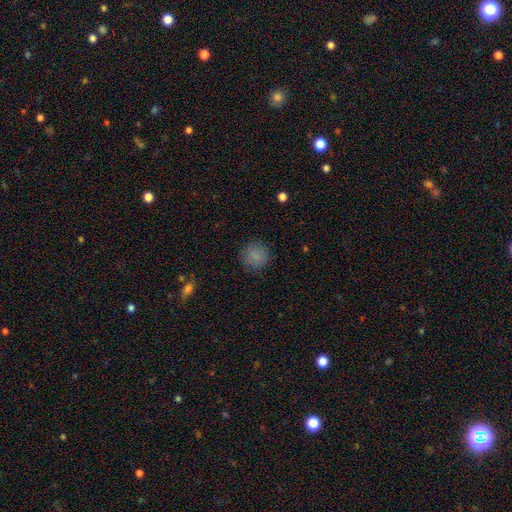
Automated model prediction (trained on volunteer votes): smooth 84%, star or artifact 10%, featured or disk 6%. Down the decision tree: how rounded — round (91%); merging — none (87%).